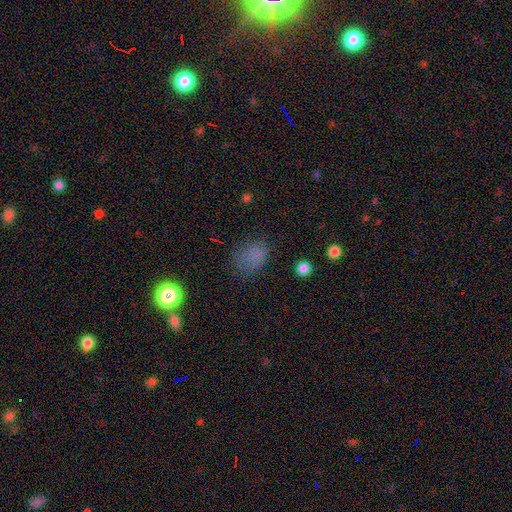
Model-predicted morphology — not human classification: Smooth or featured?
  - smooth: 72% *
  - star or artifact: 19%
  - featured or disk: 9%
How rounded?
  - in between: 64% *
  - round: 34%
  - cigar-shaped: 2%
Merging?
  - none: 61% *
  - minor disturbance: 24%
  - major disturbance: 13%
  - merger: 2%